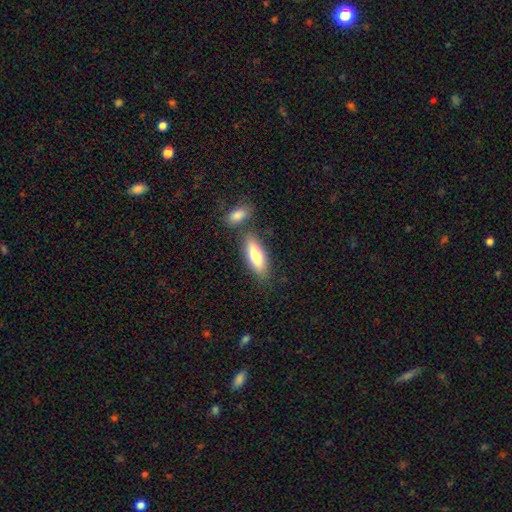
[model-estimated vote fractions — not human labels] Q: Smooth or featured?
A: smooth (75%); runner-up: featured or disk (19%)
Q: How rounded?
A: in between (57%); runner-up: cigar-shaped (41%)
Q: Merging?
A: none (70%); runner-up: merger (15%)